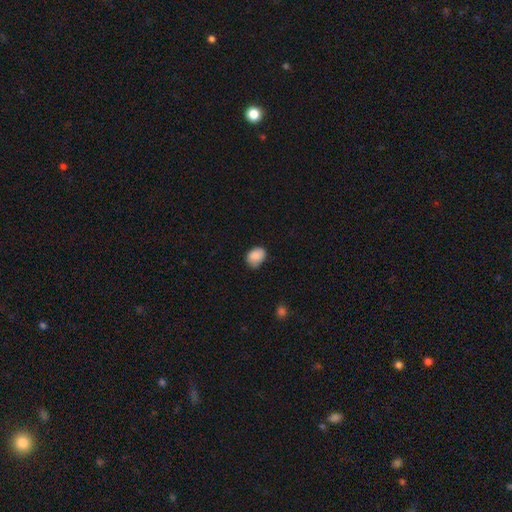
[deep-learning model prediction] Smooth or featured? smooth (87%)
How rounded? in between (64%)
Merging? none (64%)